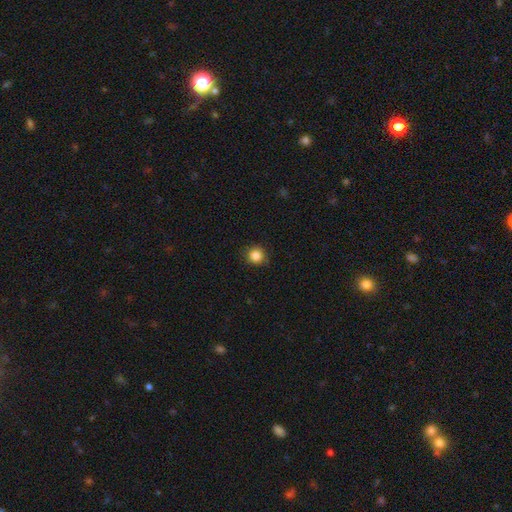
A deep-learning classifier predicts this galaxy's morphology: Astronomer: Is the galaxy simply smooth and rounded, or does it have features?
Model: smooth — 85%.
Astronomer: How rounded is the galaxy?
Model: round — 93%.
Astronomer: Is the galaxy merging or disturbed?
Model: none — 89%.